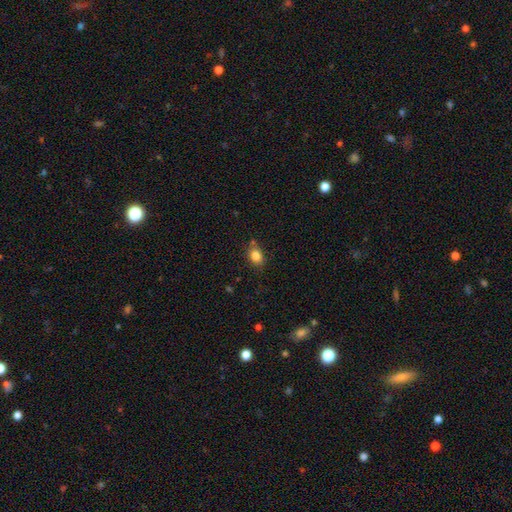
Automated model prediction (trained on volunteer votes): This is clearly a smooth galaxy (83%). How rounded: likely in between (66%). Merging: likely none (77%).